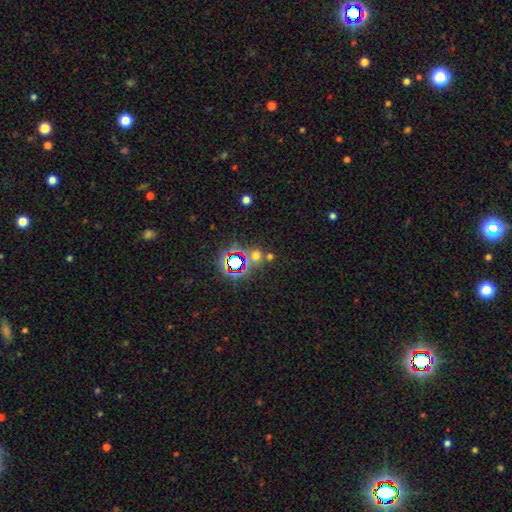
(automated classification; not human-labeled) Smooth or featured?
  - smooth: 47% *
  - star or artifact: 44%
  - featured or disk: 9%
Merging?
  - none: 67% *
  - merger: 19%
  - minor disturbance: 8%
  - major disturbance: 5%